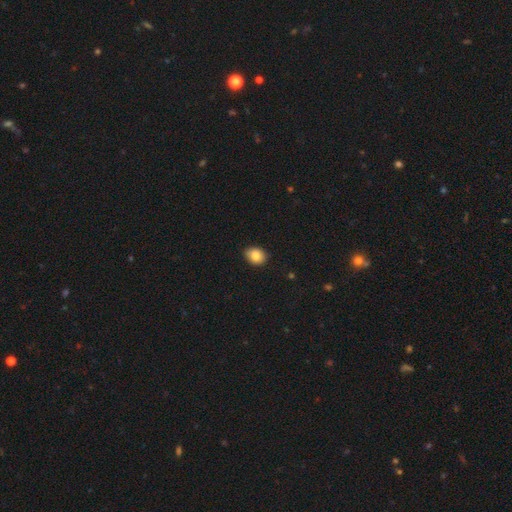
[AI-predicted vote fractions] smooth 84%, star or artifact 9%, featured or disk 7%. Down the decision tree: how rounded — in between (57%); merging — none (82%).